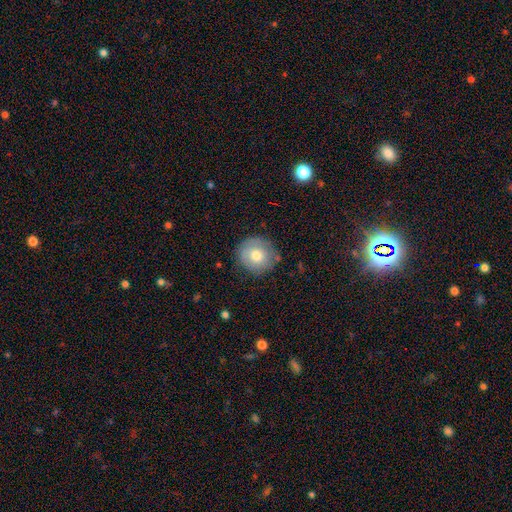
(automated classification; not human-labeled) Morphology: type=smooth (72%); roundness=round (90%); merging=none (80%).